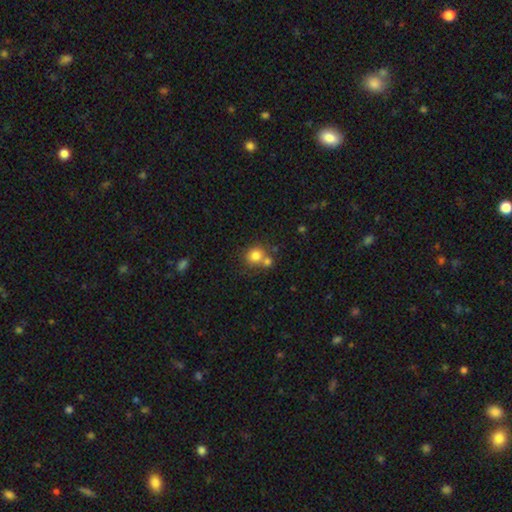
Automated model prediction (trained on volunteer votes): smooth 81%, star or artifact 11%, featured or disk 9%. Down the decision tree: how rounded — round (85%); merging — none (55%).